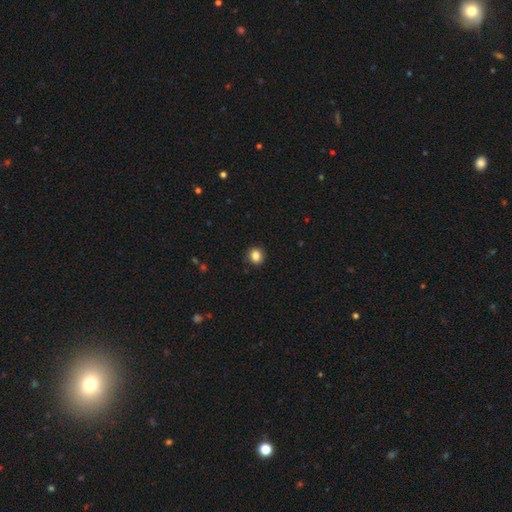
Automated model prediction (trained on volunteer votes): Smooth or featured? Predicted: smooth (p=0.85). How rounded? Predicted: round (p=0.84). Merging? Predicted: none (p=0.91).